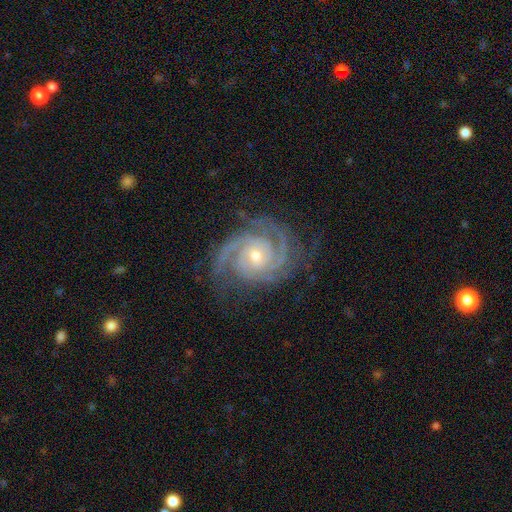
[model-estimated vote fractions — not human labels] A featured or disk galaxy (93%) with no bar (69%), 3 (41%) tight (71%) spiral arms (99%) and a small central bulge (55%). Merging: none (77%).